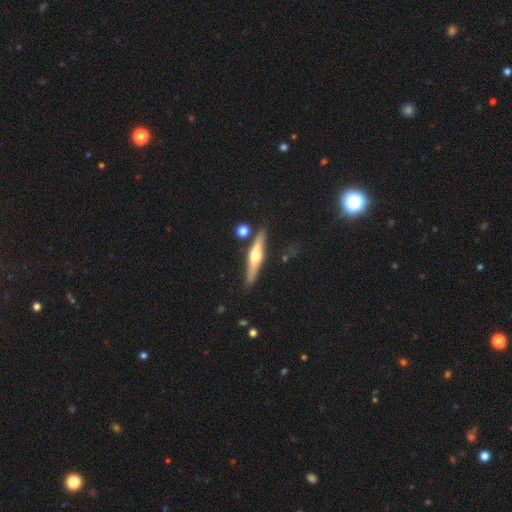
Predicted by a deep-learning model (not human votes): The model was most divided on "smooth or featured": featured or disk: 64%, smooth: 30%, star or artifact: 6%. More confident: edge-on disk — yes (95%); edge-on bulge — rounded (94%); merging — none (84%).